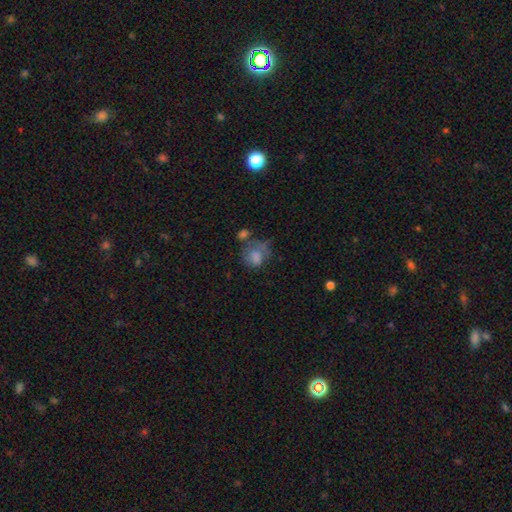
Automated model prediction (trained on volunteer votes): Morphology: type=smooth (68%); roundness=round (58%); merging=major disturbance (31%).